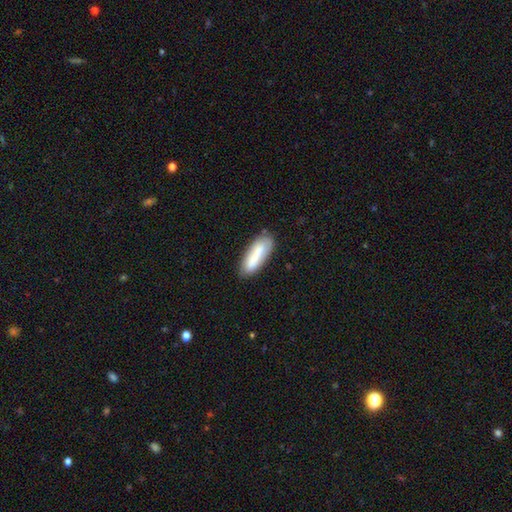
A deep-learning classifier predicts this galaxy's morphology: Smooth or featured: smooth — 79% (featured or disk — 15%)
How rounded: in between — 52% (cigar-shaped — 47%)
Merging: none — 74% (minor disturbance — 18%)